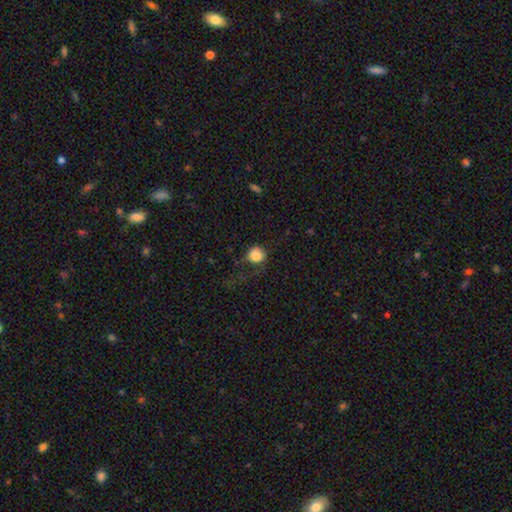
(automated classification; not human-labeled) Smooth or featured: smooth — 84% (star or artifact — 9%)
How rounded: round — 87% (in between — 12%)
Merging: none — 54% (minor disturbance — 22%)